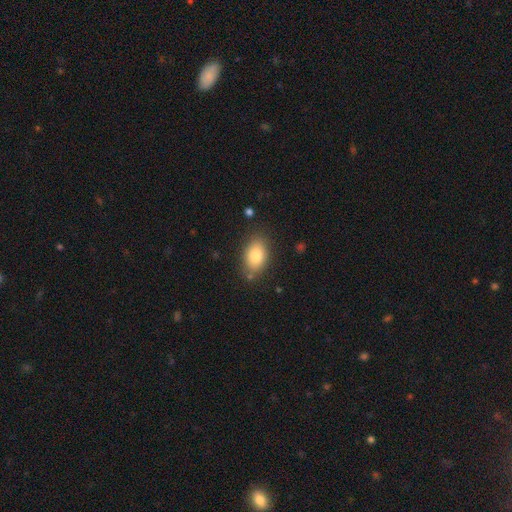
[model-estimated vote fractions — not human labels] smooth-or-featured: smooth: 81% | featured or disk: 11% | star or artifact: 8%
  how-rounded: in between: 87% | round: 12% | cigar-shaped: 1%
  merging: none: 81% | minor disturbance: 13% | major disturbance: 3% | merger: 3%